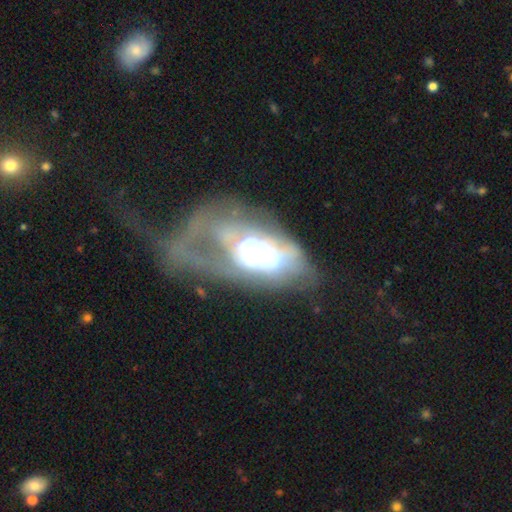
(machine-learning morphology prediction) featured or disk 66%, smooth 23%, star or artifact 12%. Down the decision tree: edge-on disk — no (92%); bar — no (73%); spiral arms — no (59%); bulge size — large (44%); merging — major disturbance (62%).